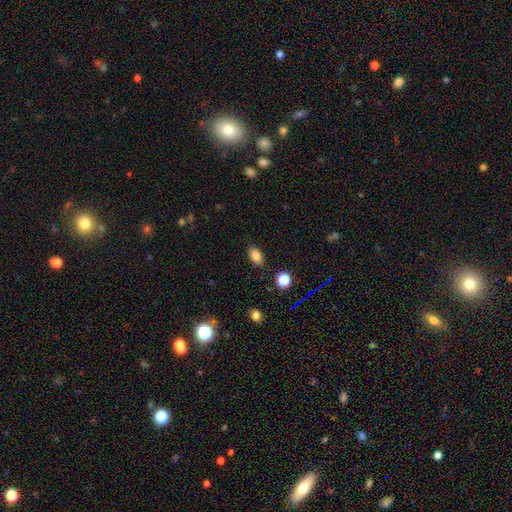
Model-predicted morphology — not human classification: smooth-or-featured: smooth: 83% | star or artifact: 11% | featured or disk: 7%
  how-rounded: in between: 87% | round: 10% | cigar-shaped: 2%
  merging: none: 86% | minor disturbance: 10% | major disturbance: 3% | merger: 2%